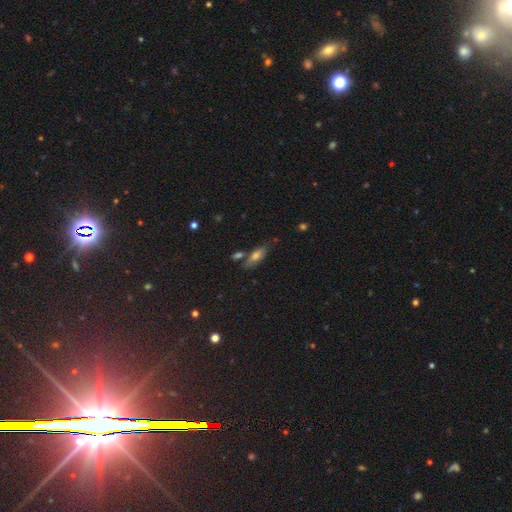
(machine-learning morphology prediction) smooth_or_featured: smooth (p=0.66) [alt: featured or disk p=0.24]
how_rounded: in between (p=0.69) [alt: cigar-shaped p=0.28]
merging: none (p=0.67) [alt: minor disturbance p=0.16]